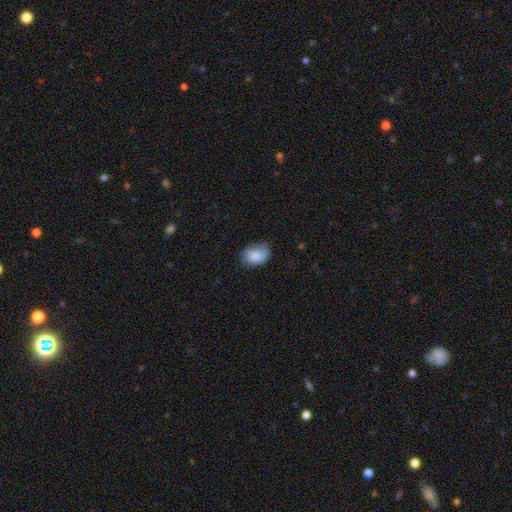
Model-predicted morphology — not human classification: Smooth or featured: smooth — 85% (featured or disk — 8%)
How rounded: in between — 77% (round — 22%)
Merging: none — 62% (minor disturbance — 30%)